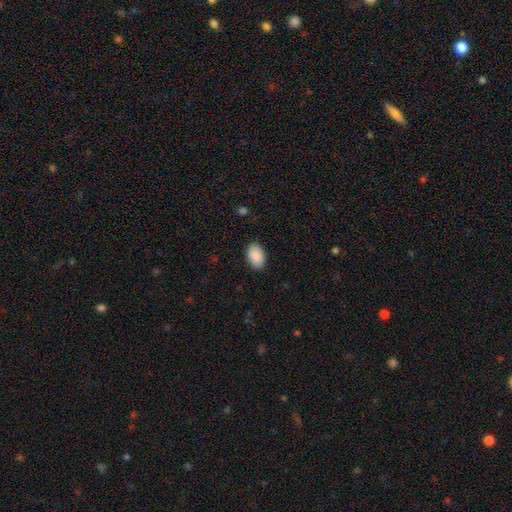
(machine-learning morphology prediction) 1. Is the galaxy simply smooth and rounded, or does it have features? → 90% smooth, 6% star or artifact, 4% featured or disk.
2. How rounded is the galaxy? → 91% in between, 8% round, 1% cigar-shaped.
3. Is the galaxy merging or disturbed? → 89% none, 8% minor disturbance, 2% major disturbance, 1% merger.